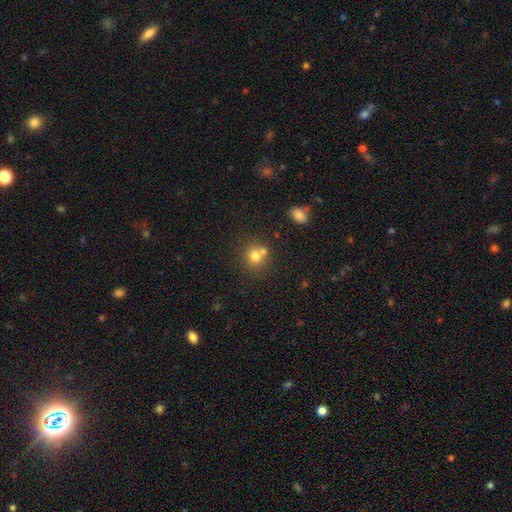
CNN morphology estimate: This is likely a smooth galaxy (75%). How rounded: clearly round (86%). Merging: possibly none (57%).